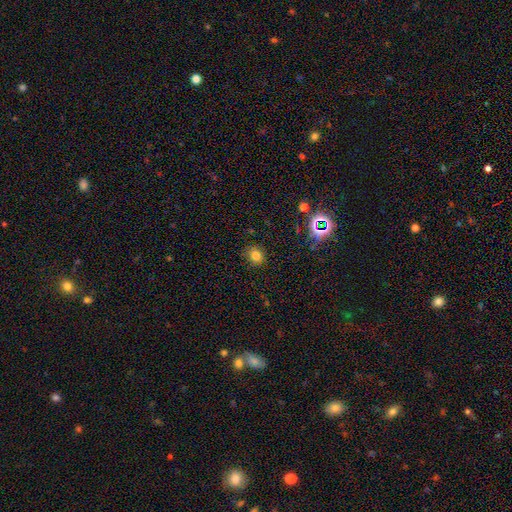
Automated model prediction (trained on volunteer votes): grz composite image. It shows a smooth galaxy with no disk features (77%) that is round (74%). Merging: none (86%).